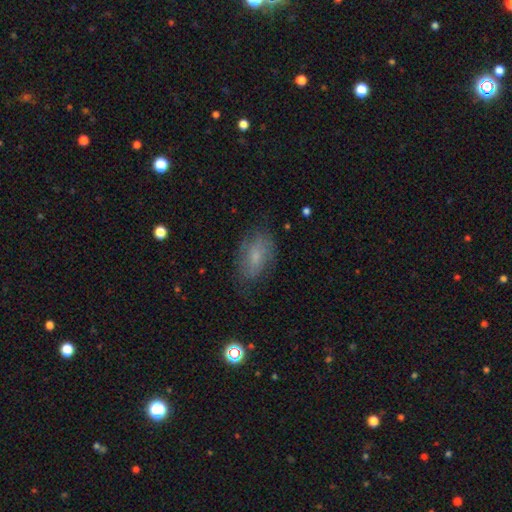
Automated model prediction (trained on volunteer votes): A smooth galaxy with no disk features (58%) that is in between round and cigar-shaped (89%).

Vote fractions:
- Smooth or featured? smooth: 58% / featured or disk: 32% / star or artifact: 10%
- How rounded? in between: 89% / round: 7% / cigar-shaped: 3%
- Merging? none: 71% / minor disturbance: 20% / major disturbance: 8% / merger: 1%